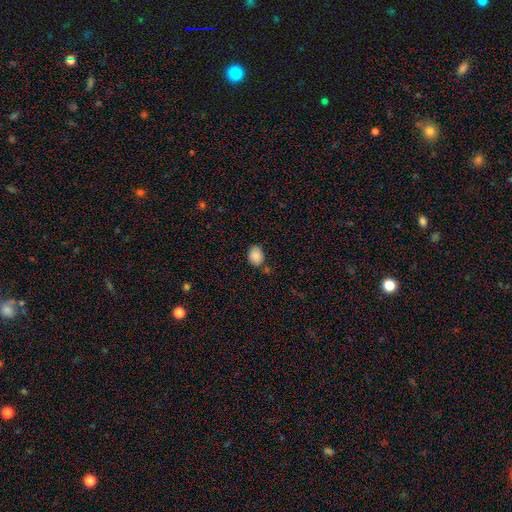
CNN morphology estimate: smooth 88%, star or artifact 8%, featured or disk 4%. Down the decision tree: how rounded — in between (65%); merging — none (71%).